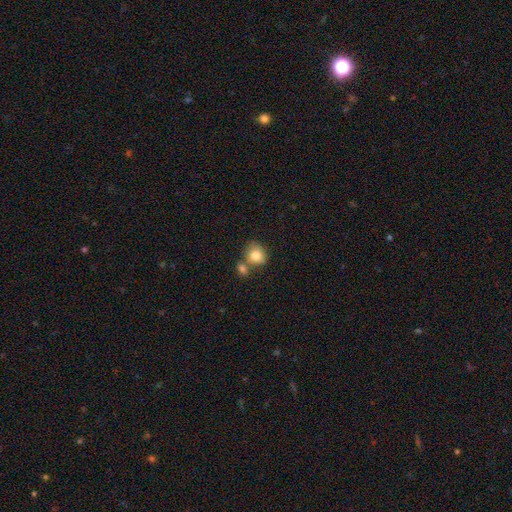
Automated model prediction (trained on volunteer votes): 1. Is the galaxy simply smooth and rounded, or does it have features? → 80% smooth, 11% featured or disk, 9% star or artifact.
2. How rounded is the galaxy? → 66% round, 33% in between, 1% cigar-shaped.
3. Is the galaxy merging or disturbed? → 47% none, 34% merger, 14% minor disturbance, 5% major disturbance.